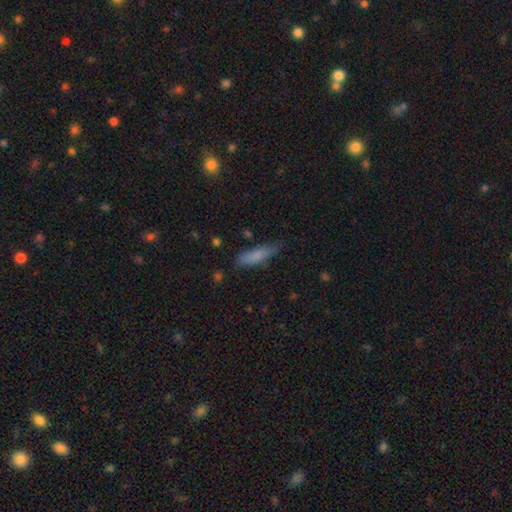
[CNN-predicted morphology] smooth_or_featured: smooth (p=0.81) [alt: featured or disk p=0.12]
how_rounded: cigar-shaped (p=0.67) [alt: in between p=0.32]
merging: none (p=0.68) [alt: minor disturbance p=0.24]